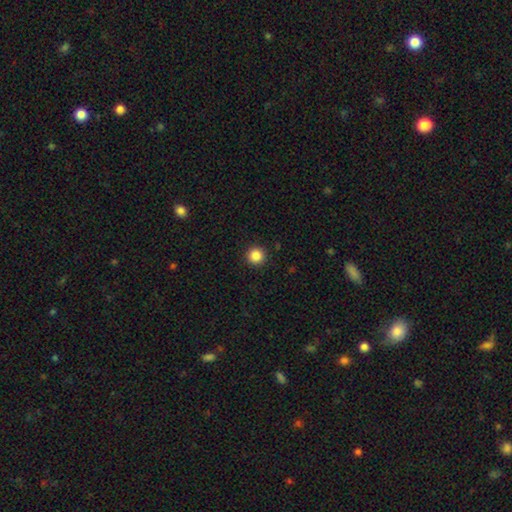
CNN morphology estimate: A smooth galaxy with no disk features (86%) that is round (96%).

Vote fractions:
- Smooth or featured? smooth: 86% / star or artifact: 11% / featured or disk: 3%
- How rounded? round: 96% / in between: 3% / cigar-shaped: 1%
- Merging? none: 93% / minor disturbance: 4% / major disturbance: 2% / merger: 1%